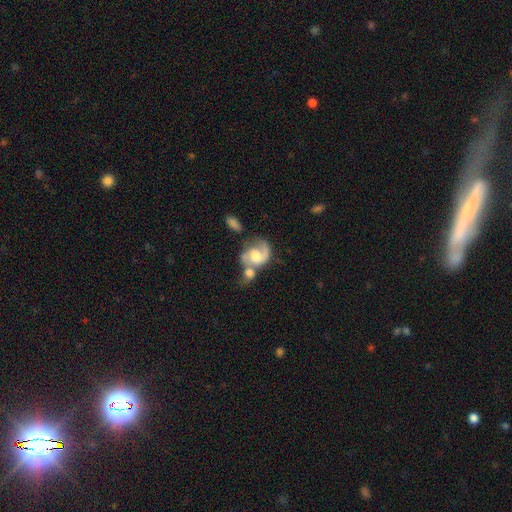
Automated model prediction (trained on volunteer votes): A featured or disk galaxy (72%) with no bar (62%), 2 (57%) medium (45%) spiral arms (89%) and a moderate central bulge (51%).

Vote fractions:
- Smooth or featured? featured or disk: 72% / smooth: 21% / star or artifact: 6%
- Edge-on disk? no: 98% / yes: 2%
- Bar? no: 62% / weak: 32% / strong: 7%
- Spiral arms? yes: 89% / no: 11%
- Spiral winding? medium: 45% / loose: 32% / tight: 23%
- Spiral arm count? 2: 57% / 1: 34% / can't tell: 6% / 3: 1% / 4: 1% / more than 4: 1%
- Bulge size? moderate: 51% / large: 25% / small: 14% / none: 7% / dominant: 3%
- Merging? merger: 55% / none: 20% / major disturbance: 15% / minor disturbance: 10%